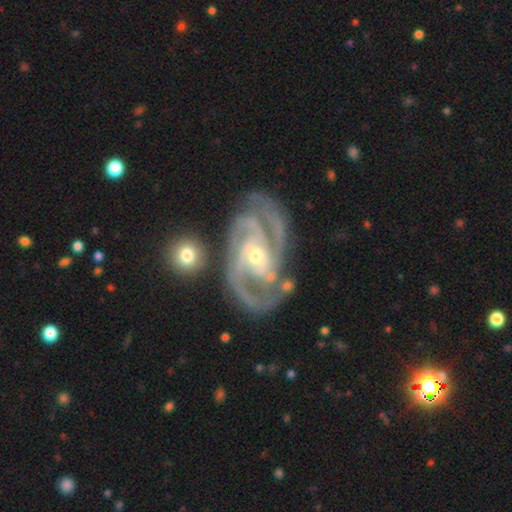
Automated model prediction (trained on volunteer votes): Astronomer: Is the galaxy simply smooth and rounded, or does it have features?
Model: featured or disk — 93%.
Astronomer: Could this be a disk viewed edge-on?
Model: no — 97%.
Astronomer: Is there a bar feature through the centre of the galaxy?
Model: no — 44% (runner-up: weak, 34%).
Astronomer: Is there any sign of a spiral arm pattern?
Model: yes — 99%.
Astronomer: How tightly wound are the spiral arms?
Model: tight — 51% (runner-up: medium, 43%).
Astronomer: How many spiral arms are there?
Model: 3 — 44% (runner-up: 2, 30%).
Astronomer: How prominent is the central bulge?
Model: small — 55% (runner-up: moderate, 42%).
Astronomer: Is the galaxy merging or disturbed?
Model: none — 70%.